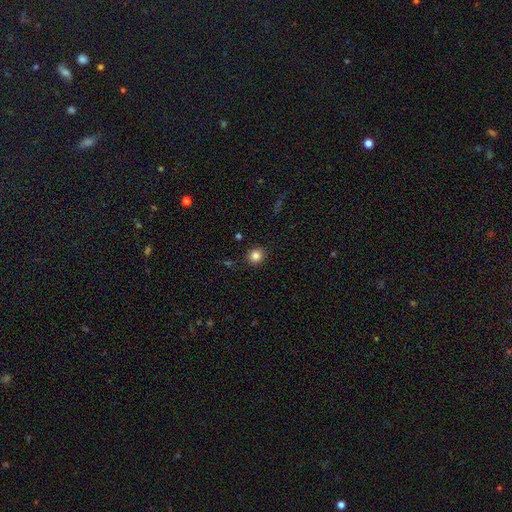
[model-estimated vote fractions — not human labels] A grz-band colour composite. It shows a smooth galaxy with no disk features (83%) that is round (85%). Merging: none (90%).